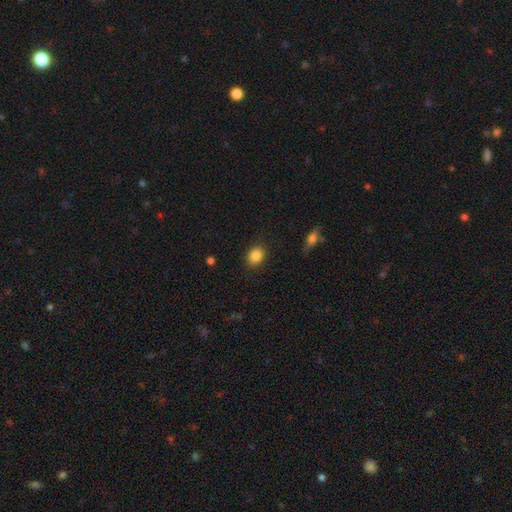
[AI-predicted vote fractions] This is clearly a smooth galaxy (86%). How rounded: likely in between (61%). Merging: clearly none (87%).